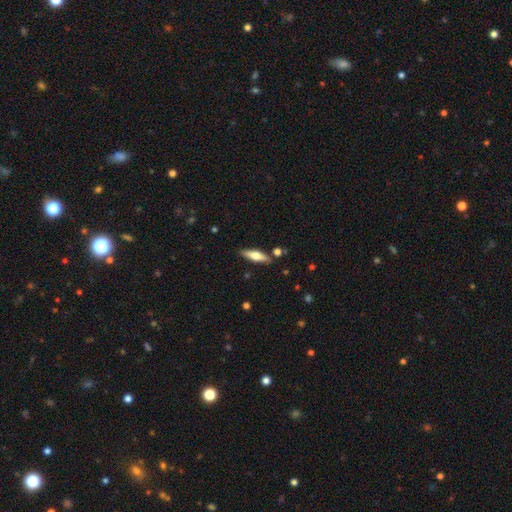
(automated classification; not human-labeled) Overall: smooth (57%; featured or disk 37%). How rounded: cigar-shaped (61%; in between 37%). Merging: none (85%).